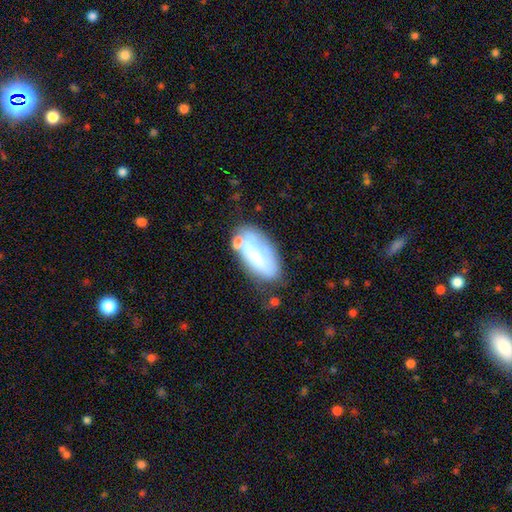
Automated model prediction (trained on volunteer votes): Q: Smooth or featured?
A: smooth (58%); runner-up: featured or disk (34%)
Q: How rounded?
A: in between (88%); runner-up: cigar-shaped (9%)
Q: Merging?
A: none (47%); runner-up: minor disturbance (26%)